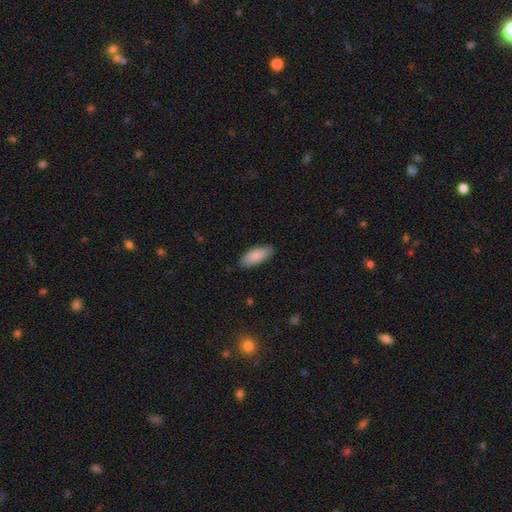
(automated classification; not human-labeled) Smooth or featured: smooth — 87% (featured or disk — 7%)
How rounded: in between — 84% (cigar-shaped — 15%)
Merging: none — 85% (minor disturbance — 12%)